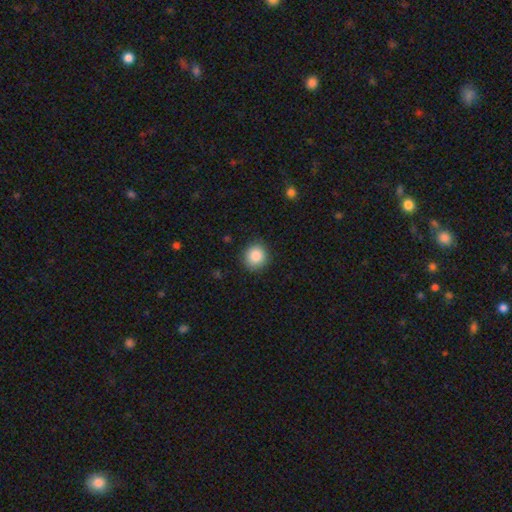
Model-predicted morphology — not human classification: Smooth or featured? Predicted: smooth (p=0.87). How rounded? Predicted: round (p=0.89). Merging? Predicted: none (p=0.88).